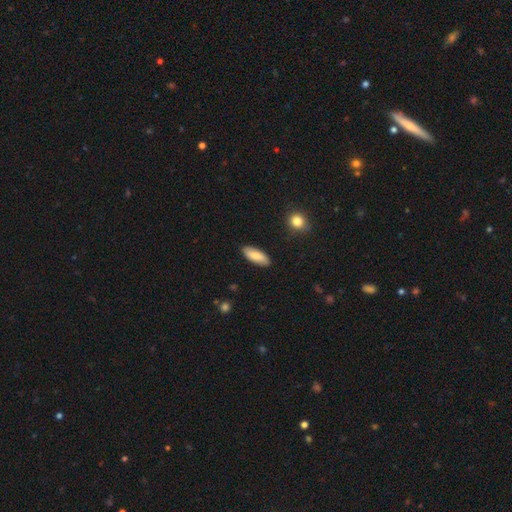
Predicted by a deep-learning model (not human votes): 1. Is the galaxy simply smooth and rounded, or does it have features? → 81% smooth, 13% featured or disk, 6% star or artifact.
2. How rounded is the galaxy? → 77% in between, 22% cigar-shaped, 2% round.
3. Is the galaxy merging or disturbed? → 87% none, 10% minor disturbance, 2% major disturbance, 1% merger.